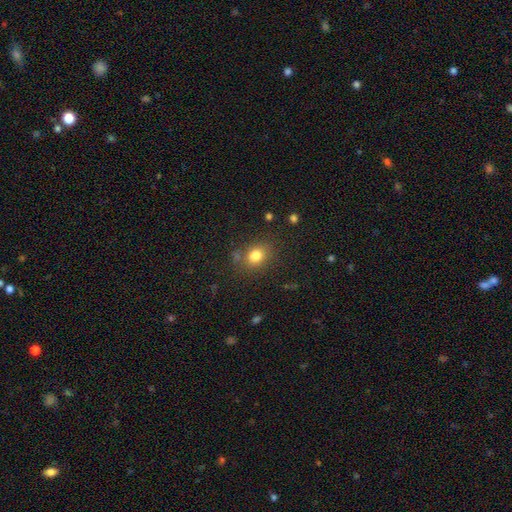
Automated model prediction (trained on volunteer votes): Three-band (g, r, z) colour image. It shows a smooth galaxy with no disk features (80%) that is round (57%). Merging: none (77%).